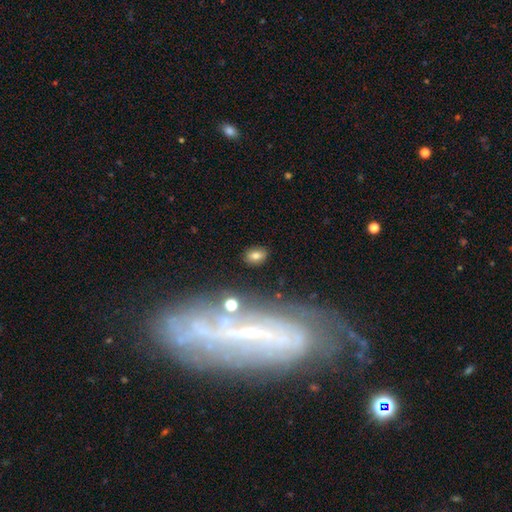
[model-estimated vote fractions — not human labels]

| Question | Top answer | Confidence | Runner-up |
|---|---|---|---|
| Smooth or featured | smooth | 72% | star or artifact (16%) |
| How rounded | in between | 74% | round (24%) |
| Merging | none | 83% | minor disturbance (10%) |